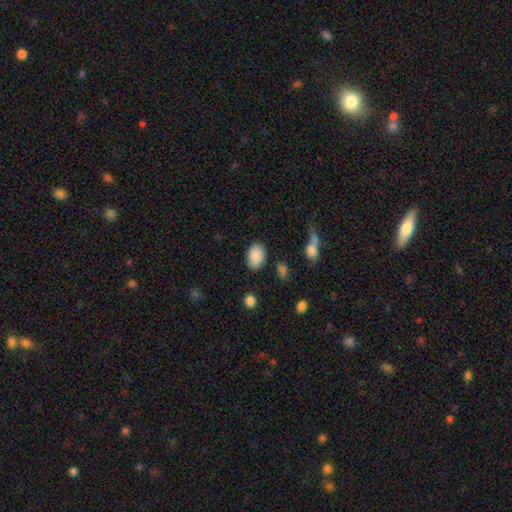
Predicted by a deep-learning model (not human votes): Q: Smooth or featured?
A: smooth (88%); runner-up: star or artifact (8%)
Q: How rounded?
A: in between (82%); runner-up: round (17%)
Q: Merging?
A: none (81%); runner-up: minor disturbance (13%)